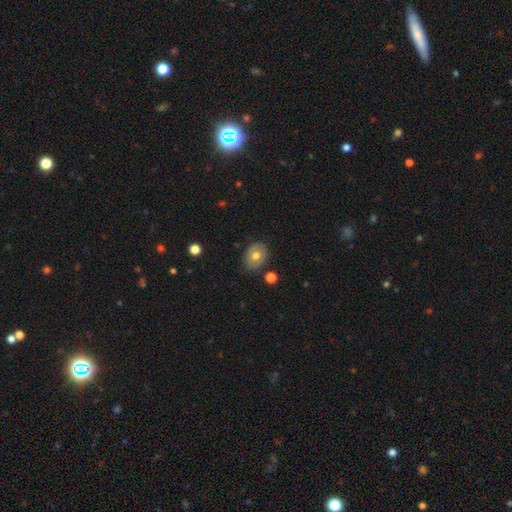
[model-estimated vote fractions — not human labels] This is likely a smooth galaxy (69%). How rounded: possibly in between (57%). Merging: clearly none (83%).